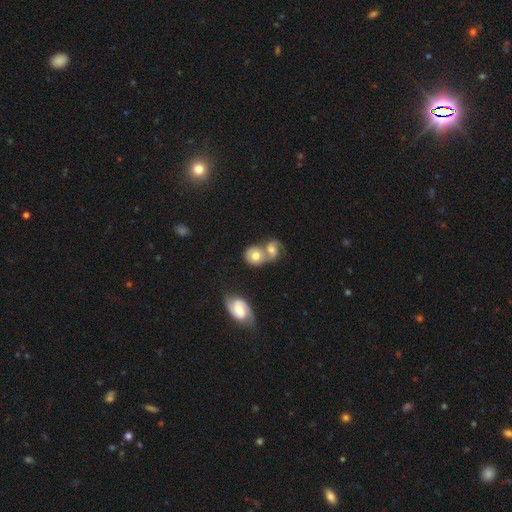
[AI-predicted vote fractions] A smooth galaxy with no disk features (51%) that is round (69%). Merging: merger (52%).